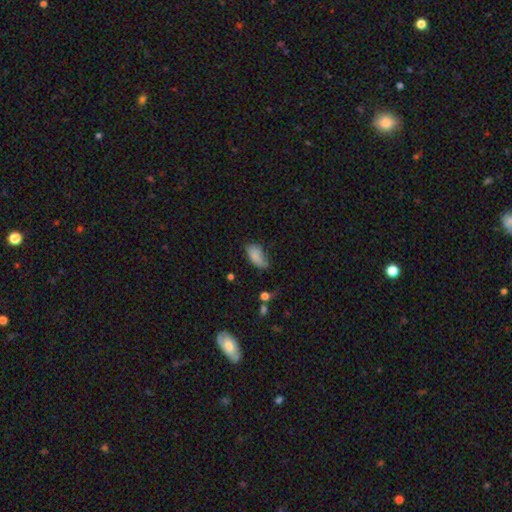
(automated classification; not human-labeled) smooth_or_featured: smooth (p=0.81) [alt: featured or disk p=0.10]
how_rounded: in between (p=0.91) [alt: cigar-shaped p=0.05]
merging: none (p=0.42) [alt: minor disturbance p=0.37]